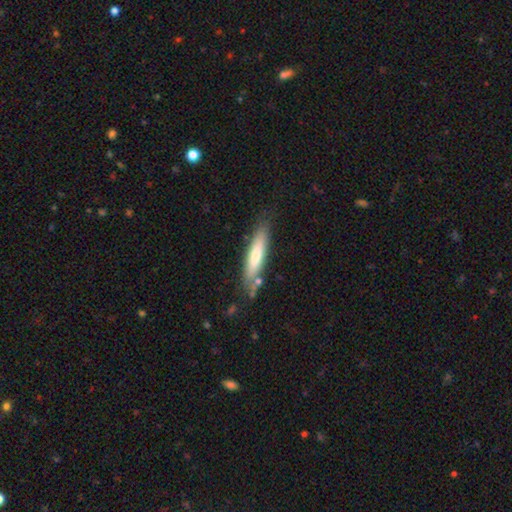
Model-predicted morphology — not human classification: smooth-or-featured: smooth: 62% | featured or disk: 32% | star or artifact: 6%
  how-rounded: cigar-shaped: 83% | in between: 16% | round: 1%
  merging: none: 75% | minor disturbance: 17% | merger: 4% | major disturbance: 4%